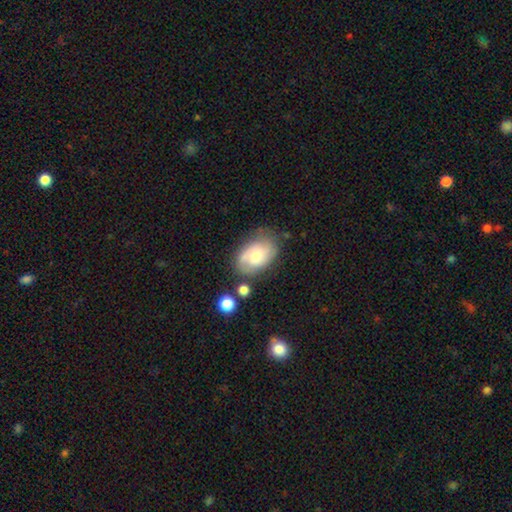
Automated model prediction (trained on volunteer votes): Smooth or featured? featured or disk (52%)
Edge-on disk? no (96%)
Bar? no (67%)
Spiral arms? yes (85%)
Bulge size? moderate (44%)
Merging? none (63%)